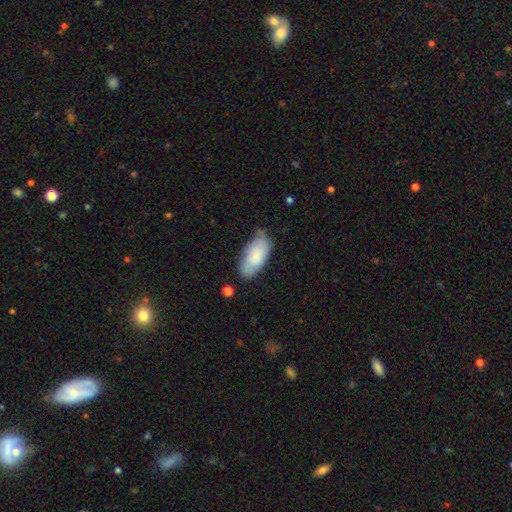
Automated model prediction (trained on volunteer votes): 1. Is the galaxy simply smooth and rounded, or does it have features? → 75% smooth, 19% featured or disk, 6% star or artifact.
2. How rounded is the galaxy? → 92% in between, 6% cigar-shaped, 2% round.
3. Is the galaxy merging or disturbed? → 62% none, 29% minor disturbance, 6% major disturbance, 3% merger.